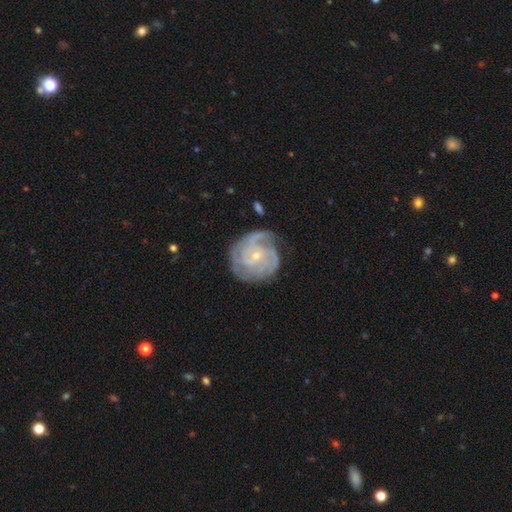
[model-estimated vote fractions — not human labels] Smooth or featured? featured or disk (85%)
Edge-on disk? no (98%)
Bar? no (63%)
Spiral arms? yes (95%)
Spiral winding? tight (67%)
Spiral arm count? 3 (27%, tied with can't tell)
Bulge size? small (76%)
Merging? none (70%)